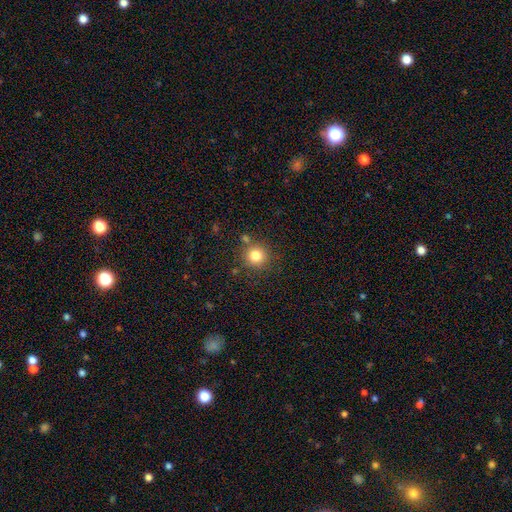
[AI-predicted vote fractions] Overall: smooth (81%). How rounded: round (93%). Merging: none (81%).